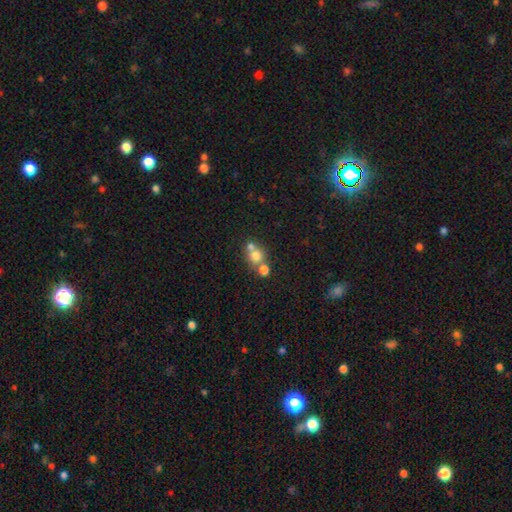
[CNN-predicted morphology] A smooth galaxy with no disk features (70%) that is round (81%).

Vote fractions:
- Smooth or featured? smooth: 70% / featured or disk: 16% / star or artifact: 14%
- How rounded? round: 81% / in between: 17% / cigar-shaped: 1%
- Merging? merger: 47% / none: 43% / minor disturbance: 7% / major disturbance: 4%